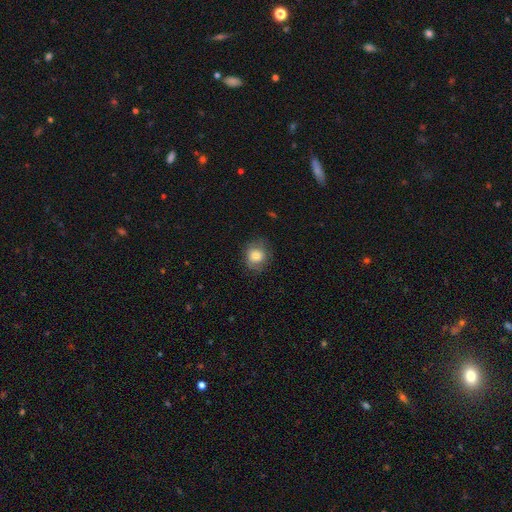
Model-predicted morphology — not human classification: type=smooth (80%); roundness=round (74%); merging=none (74%).